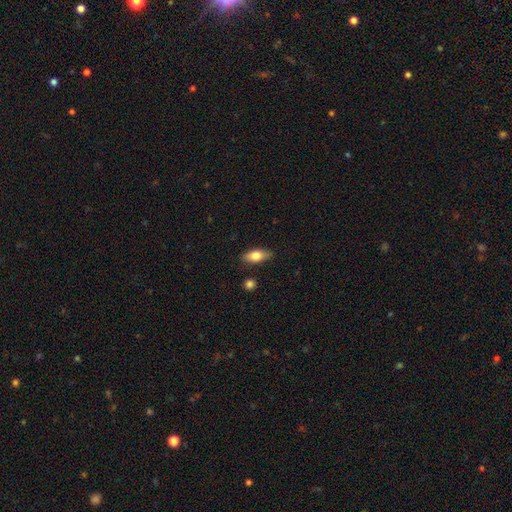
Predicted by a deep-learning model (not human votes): smooth_or_featured: smooth (p=0.71) [alt: featured or disk p=0.22]
how_rounded: in between (p=0.78) [alt: cigar-shaped p=0.19]
merging: none (p=0.84) [alt: minor disturbance p=0.11]